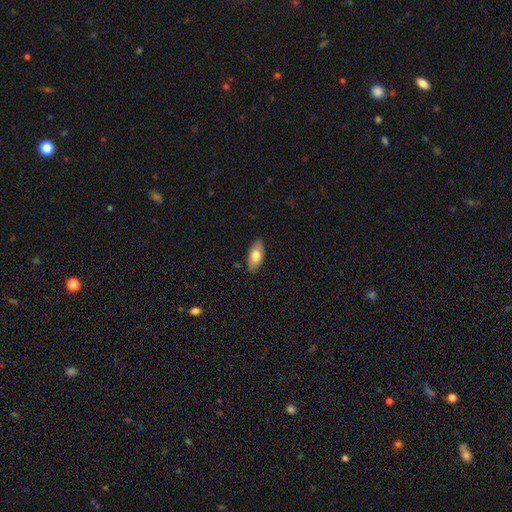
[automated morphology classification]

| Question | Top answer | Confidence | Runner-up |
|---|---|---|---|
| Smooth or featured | smooth | 73% | featured or disk (21%) |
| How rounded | in between | 90% | cigar-shaped (8%) |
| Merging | none | 86% | minor disturbance (11%) |